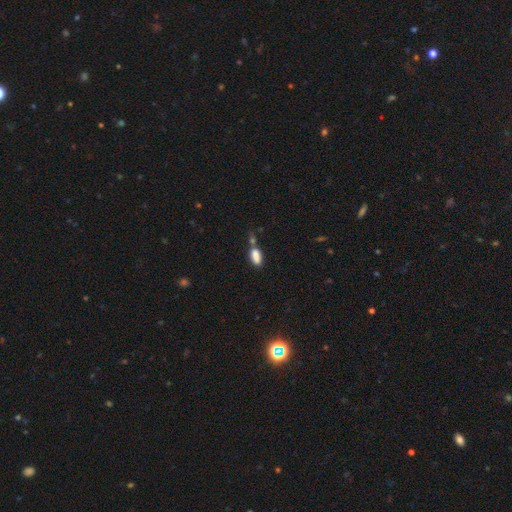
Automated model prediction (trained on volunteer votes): Overall: smooth (81%). How rounded: in between (78%). Merging: none (47%; merger 25%).